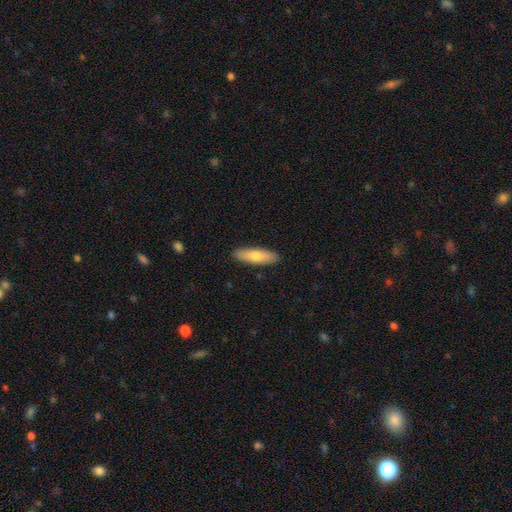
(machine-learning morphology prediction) smooth-or-featured: smooth: 70% | featured or disk: 24% | star or artifact: 6%
  how-rounded: cigar-shaped: 66% | in between: 32% | round: 2%
  merging: none: 90% | minor disturbance: 7% | major disturbance: 1% | merger: 1%